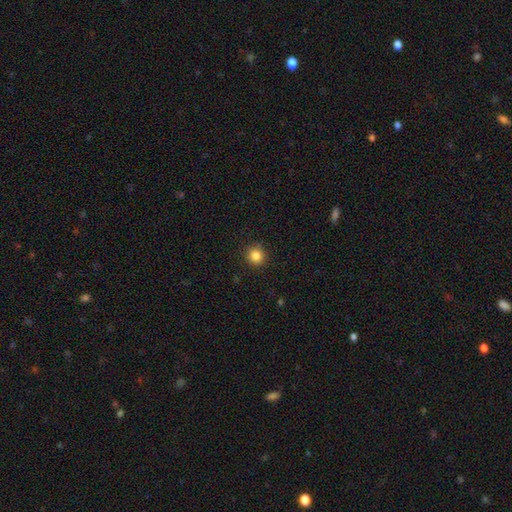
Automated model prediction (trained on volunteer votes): This is clearly a smooth galaxy (84%). How rounded: clearly round (93%). Merging: clearly none (91%).